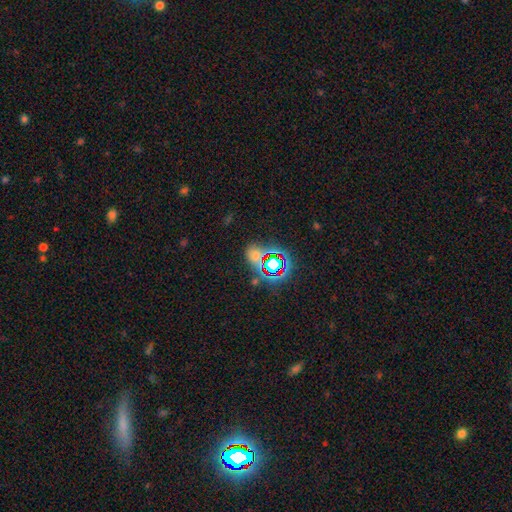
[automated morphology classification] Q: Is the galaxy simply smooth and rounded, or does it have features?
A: star or artifact — 50%.